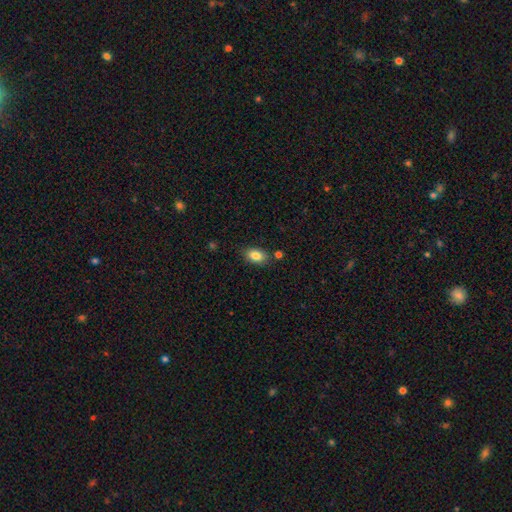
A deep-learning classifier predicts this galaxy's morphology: Q: Smooth or featured?
A: smooth (85%); runner-up: star or artifact (8%)
Q: How rounded?
A: in between (85%); runner-up: round (13%)
Q: Merging?
A: none (80%); runner-up: minor disturbance (12%)